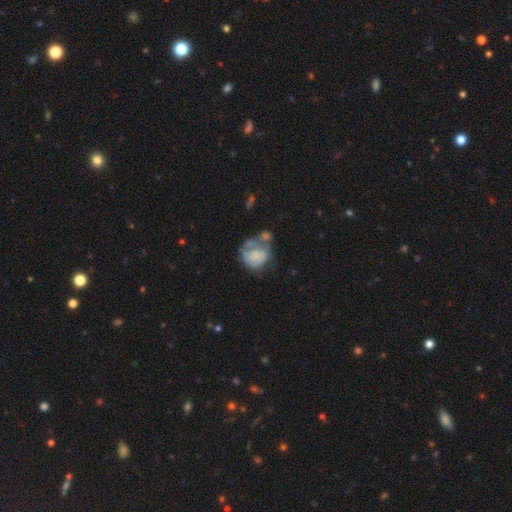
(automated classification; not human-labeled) A smooth galaxy with no disk features (47%). Merging: major disturbance (33%).